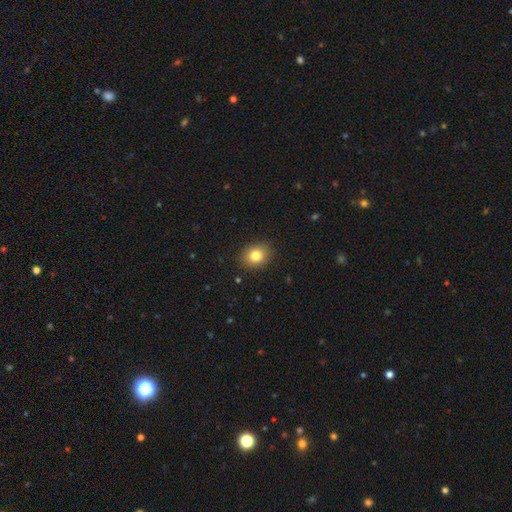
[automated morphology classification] smooth_or_featured: smooth (p=0.82) [alt: star or artifact p=0.10]
how_rounded: round (p=0.53) [alt: in between p=0.46]
merging: none (p=0.88) [alt: minor disturbance p=0.08]